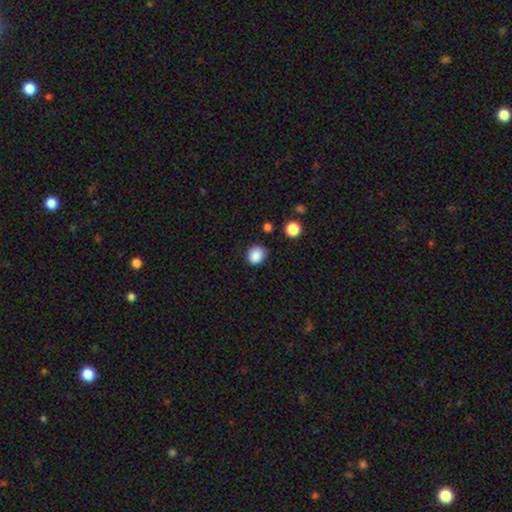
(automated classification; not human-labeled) A smooth galaxy with no disk features (87%) that is round (70%). Merging: none (83%).